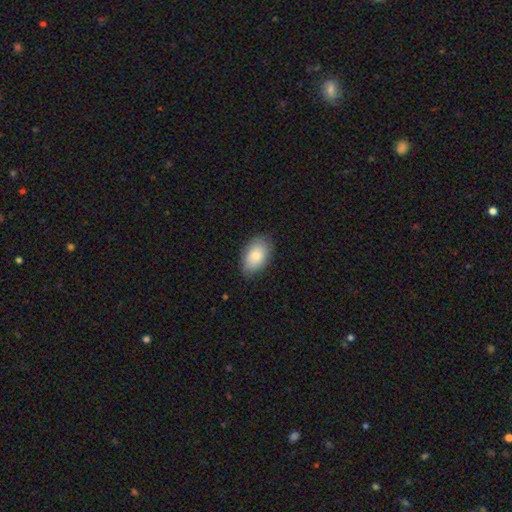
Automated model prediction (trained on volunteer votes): Smooth or featured: smooth — 81% (featured or disk — 13%)
How rounded: in between — 92% (round — 7%)
Merging: none — 81% (minor disturbance — 15%)